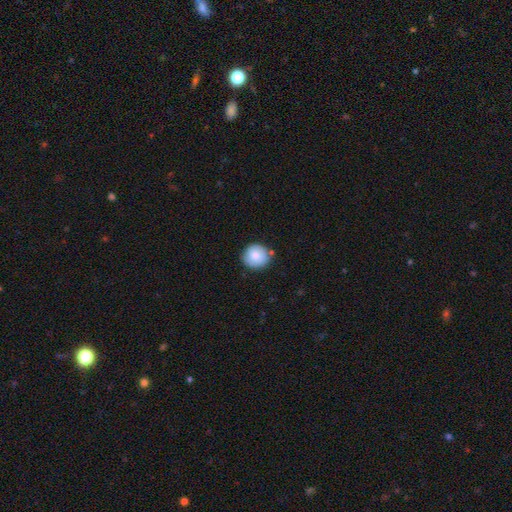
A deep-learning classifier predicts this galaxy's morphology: smooth_or_featured: smooth (p=0.82) [alt: featured or disk p=0.11]
how_rounded: round (p=0.92) [alt: in between p=0.07]
merging: none (p=0.82) [alt: minor disturbance p=0.13]